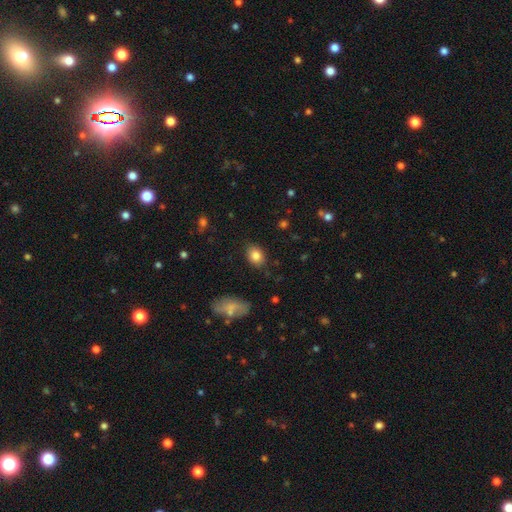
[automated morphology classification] Overall: smooth (84%). How rounded: in between (68%; round 31%). Merging: none (84%).